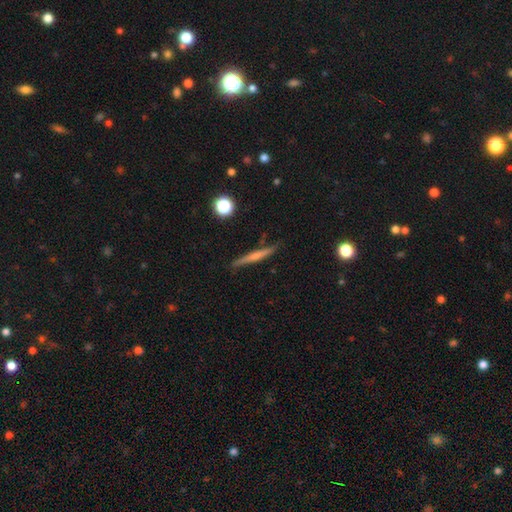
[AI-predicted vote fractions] Q: Smooth or featured?
A: featured or disk (47%); runner-up: smooth (45%)
Q: Merging?
A: none (85%); runner-up: minor disturbance (11%)